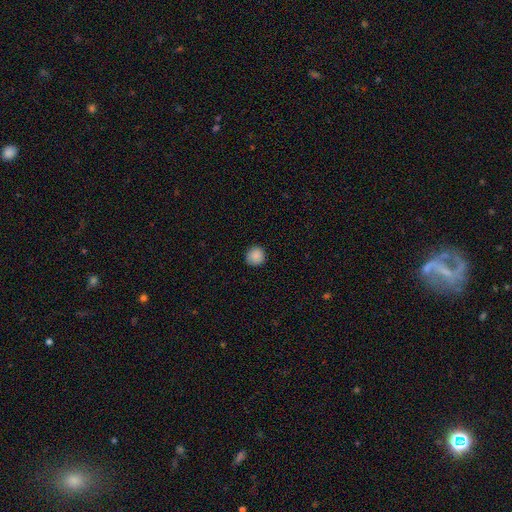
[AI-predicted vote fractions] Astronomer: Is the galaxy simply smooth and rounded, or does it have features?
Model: smooth — 88%.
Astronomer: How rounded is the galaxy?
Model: round — 93%.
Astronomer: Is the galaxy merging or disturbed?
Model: none — 88%.